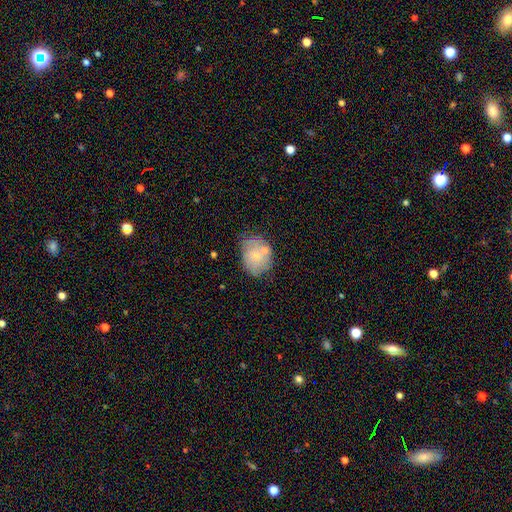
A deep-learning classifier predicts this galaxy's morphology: smooth_or_featured: smooth (p=0.61) [alt: featured or disk p=0.31]
how_rounded: in between (p=0.53) [alt: round p=0.46]
merging: none (p=0.51) [alt: minor disturbance p=0.26]